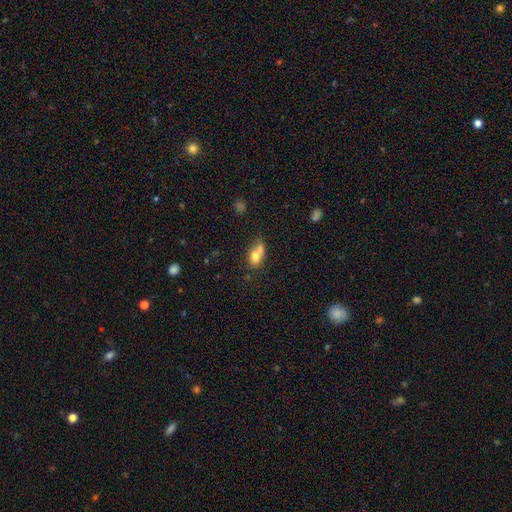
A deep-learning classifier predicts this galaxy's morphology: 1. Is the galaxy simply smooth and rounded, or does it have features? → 73% smooth, 18% featured or disk, 10% star or artifact.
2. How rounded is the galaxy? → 66% in between, 31% round, 3% cigar-shaped.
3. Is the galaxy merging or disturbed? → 51% merger, 27% none, 14% minor disturbance, 7% major disturbance.